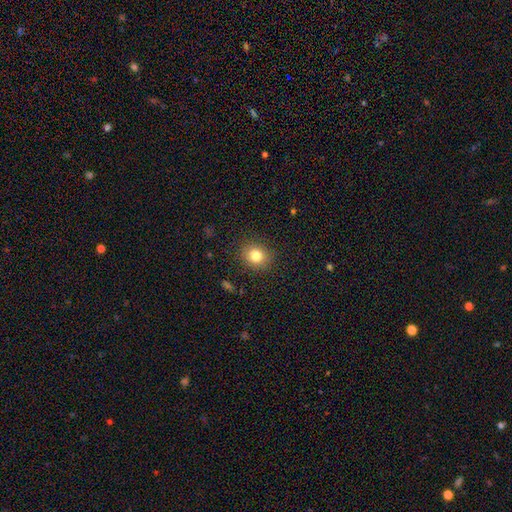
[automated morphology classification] Q: Smooth or featured?
A: smooth (80%); runner-up: star or artifact (12%)
Q: How rounded?
A: round (72%); runner-up: in between (27%)
Q: Merging?
A: none (88%); runner-up: minor disturbance (8%)